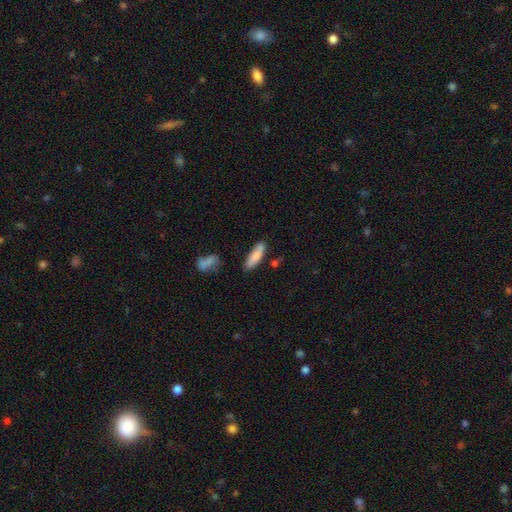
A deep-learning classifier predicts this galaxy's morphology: Overall: smooth (82%). How rounded: cigar-shaped (55%; in between 44%). Merging: none (78%).